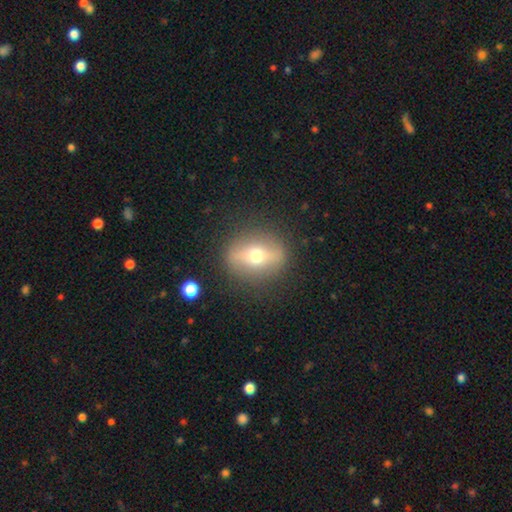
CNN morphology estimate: This appears to be a featured or disk galaxy (55%). Merging: none (87%).